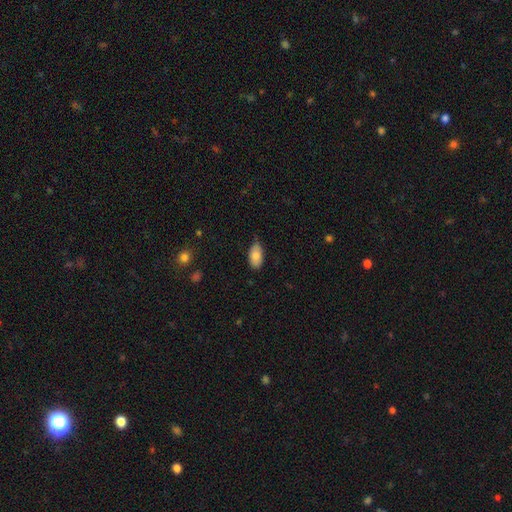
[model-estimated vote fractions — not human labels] smooth 82%, featured or disk 11%, star or artifact 7%. Down the decision tree: how rounded — in between (94%); merging — none (71%).